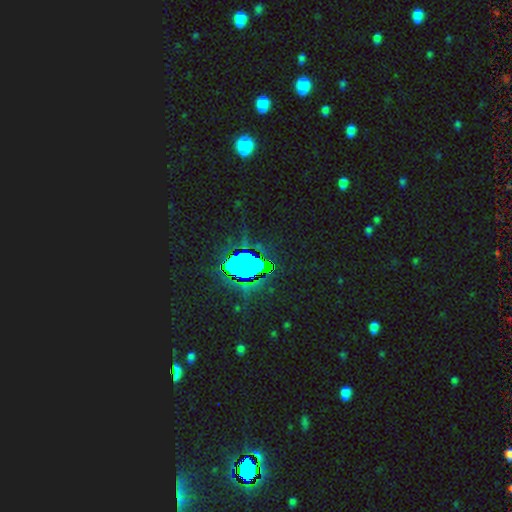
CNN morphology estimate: smooth_or_featured: star or artifact (p=0.84) [alt: smooth p=0.09]